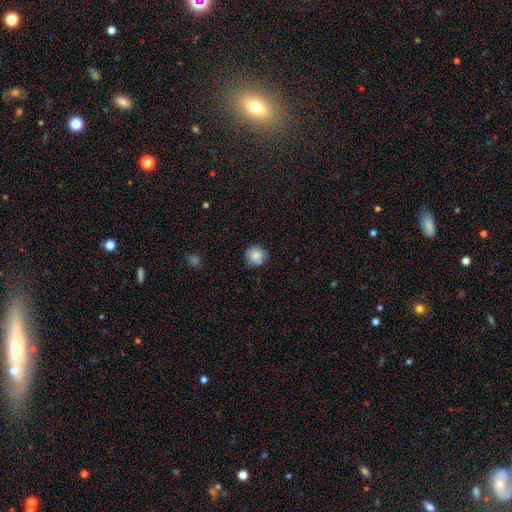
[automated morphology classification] This is clearly a smooth galaxy (83%). How rounded: clearly round (93%). Merging: likely none (79%).